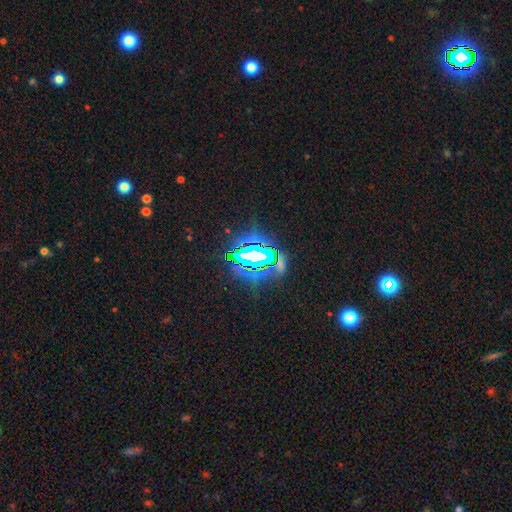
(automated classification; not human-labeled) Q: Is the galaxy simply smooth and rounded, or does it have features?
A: star or artifact — 74%.